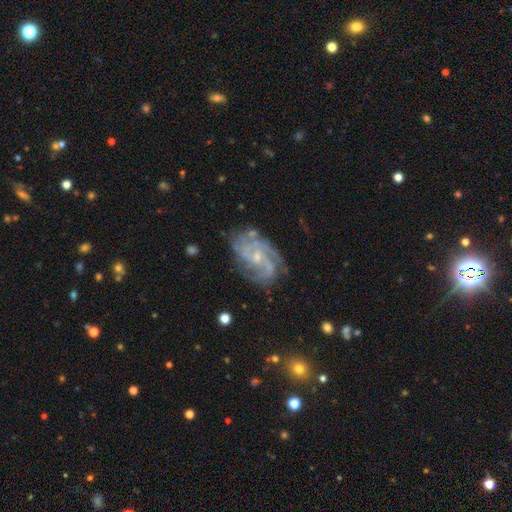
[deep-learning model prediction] Smooth or featured? featured or disk (86%)
Edge-on disk? no (97%)
Bar? no (60%)
Spiral arms? yes (97%)
Spiral winding? tight (49%)
Spiral arm count? 3 (28%)
Bulge size? small (68%)
Merging? none (72%)